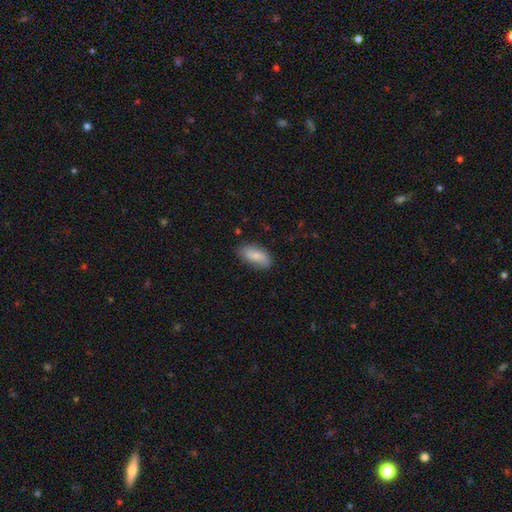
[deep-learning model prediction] This appears to be a smooth galaxy with no disk features (78%) that is in between round and cigar-shaped (90%). Merging: none (79%).